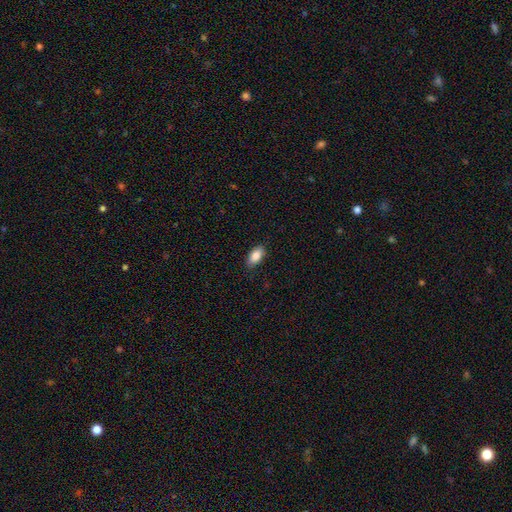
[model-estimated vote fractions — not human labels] smooth-or-featured: smooth: 87% | star or artifact: 7% | featured or disk: 6%
  how-rounded: in between: 92% | cigar-shaped: 5% | round: 3%
  merging: none: 86% | minor disturbance: 11% | major disturbance: 2% | merger: 1%